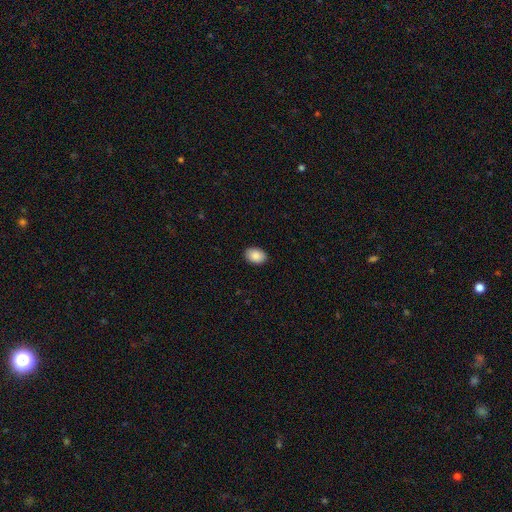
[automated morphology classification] Smooth or featured: smooth — 89% (star or artifact — 7%)
How rounded: in between — 81% (round — 18%)
Merging: none — 90% (minor disturbance — 7%)